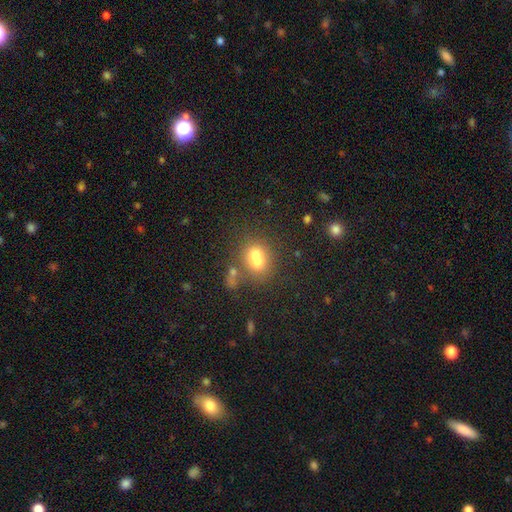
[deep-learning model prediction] The model was most divided on "how rounded": in between: 52%, round: 46%, cigar-shaped: 2%. More confident: smooth or featured — smooth (66%); merging — merger (52%).